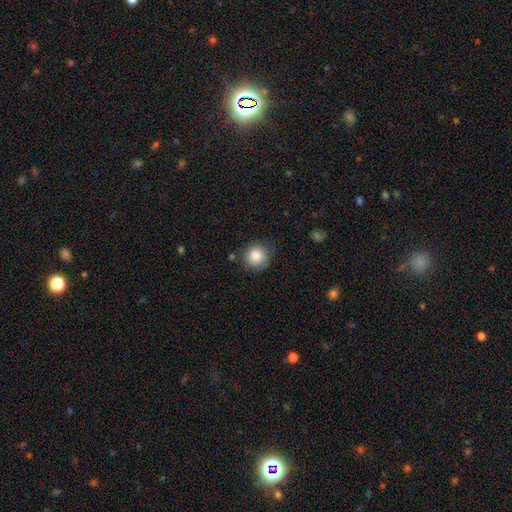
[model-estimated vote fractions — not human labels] Smooth or featured?
  - smooth: 86% *
  - star or artifact: 9%
  - featured or disk: 5%
How rounded?
  - round: 93% *
  - in between: 7%
  - cigar-shaped: 1%
Merging?
  - none: 79% *
  - minor disturbance: 15%
  - major disturbance: 4%
  - merger: 3%